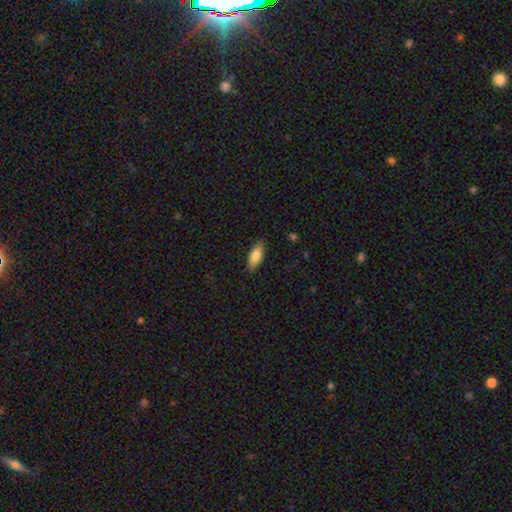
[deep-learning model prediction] Morphology: type=smooth (81%); roundness=in between (74%); merging=none (85%).